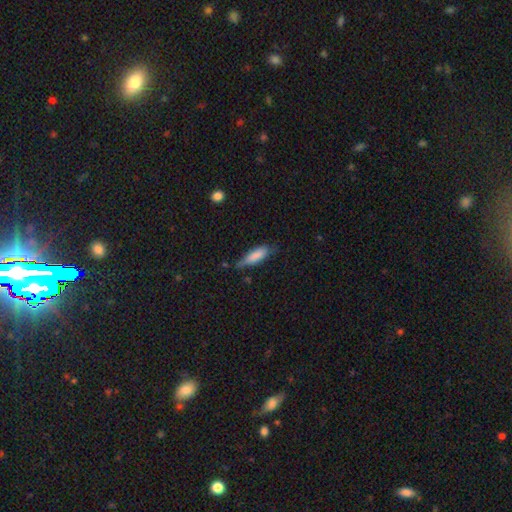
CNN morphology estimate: This is clearly a smooth galaxy (80%). How rounded: possibly cigar-shaped (49%, tied with in between). Merging: possibly none (52%).